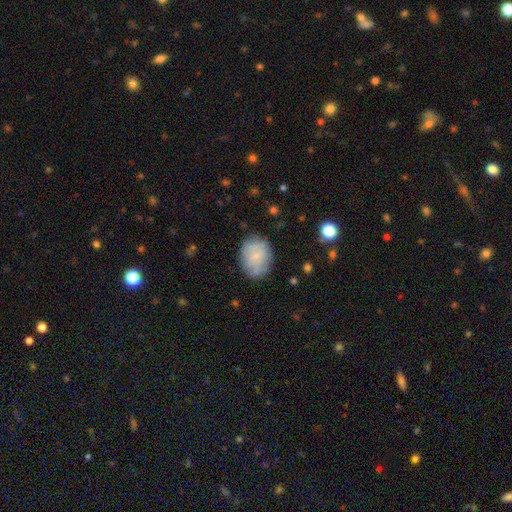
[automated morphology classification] A smooth galaxy with no disk features (70%) that is in between round and cigar-shaped (62%). Merging: none (74%).